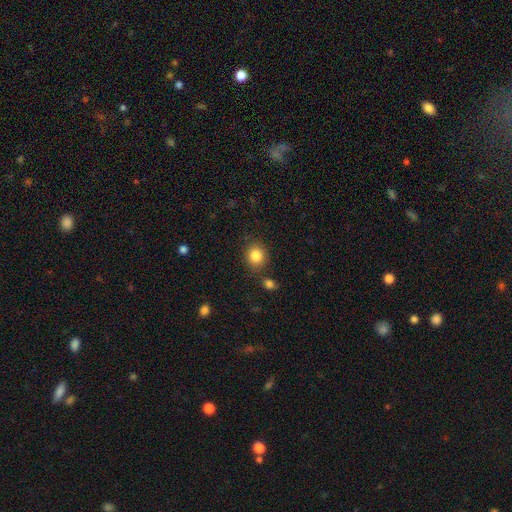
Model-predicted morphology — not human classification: Overall: smooth (85%). How rounded: round (78%). Merging: none (81%).